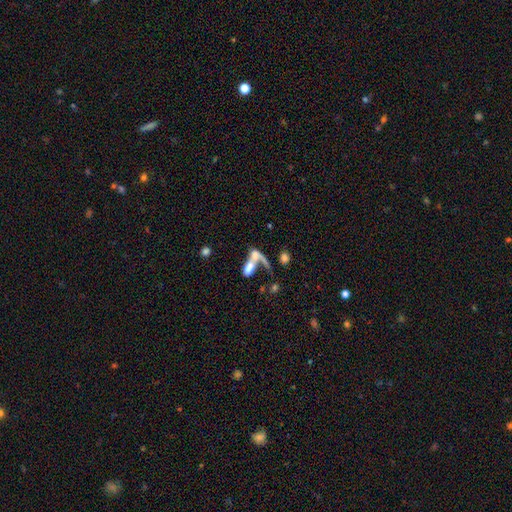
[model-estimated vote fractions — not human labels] smooth_or_featured: smooth (p=0.57) [alt: featured or disk p=0.31]
how_rounded: in between (p=0.58) [alt: cigar-shaped p=0.31]
merging: merger (p=0.61) [alt: none p=0.18]